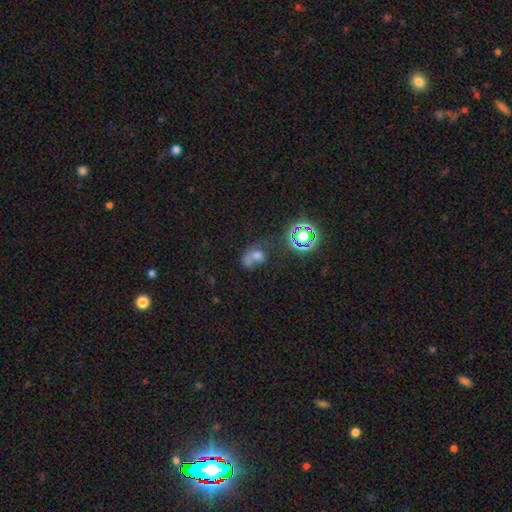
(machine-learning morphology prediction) Smooth or featured: smooth — 50% (star or artifact — 29%)
How rounded: in between — 53% (round — 44%)
Merging: merger — 34% (none — 31%)